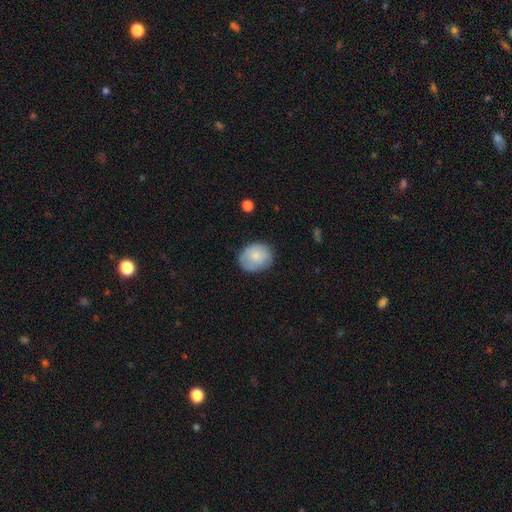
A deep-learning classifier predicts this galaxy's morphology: Q: Smooth or featured?
A: smooth (78%); runner-up: featured or disk (15%)
Q: How rounded?
A: round (54%); runner-up: in between (45%)
Q: Merging?
A: none (75%); runner-up: minor disturbance (19%)